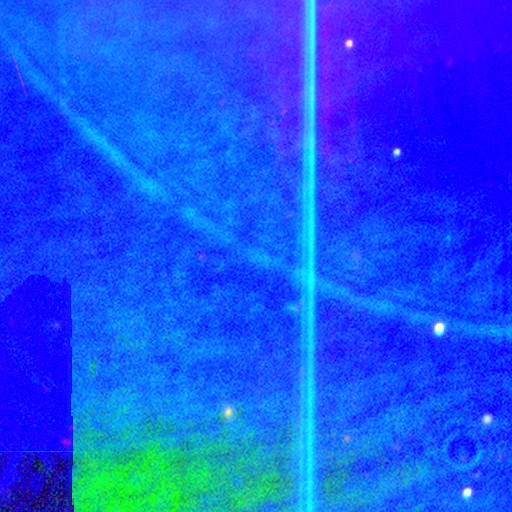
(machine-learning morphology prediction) This is clearly a star or artifact rather than a galaxy (87%).